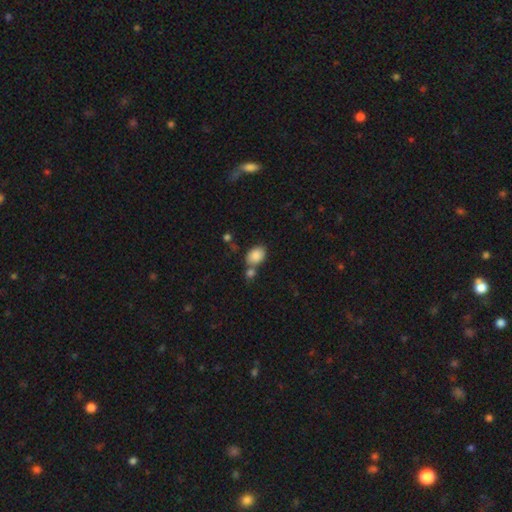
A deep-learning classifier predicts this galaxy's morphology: The model was most divided on "merging": none: 54%, merger: 28%, minor disturbance: 13%, major disturbance: 4%. More confident: smooth or featured — smooth (87%); how rounded — in between (76%).